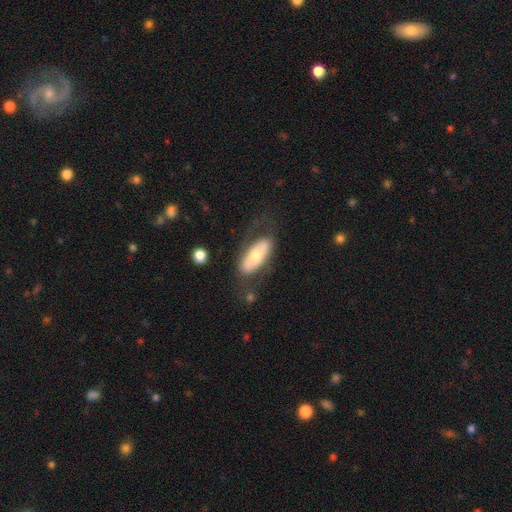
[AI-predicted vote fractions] A smooth galaxy with no disk features (51%) that is in between round and cigar-shaped (83%). Merging: none (67%).